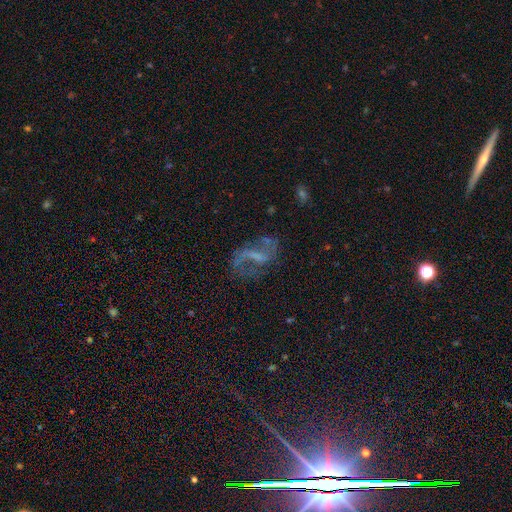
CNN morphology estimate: The model was most divided on "bar": weak: 45%, strong: 34%, no: 21%. Remaining: edge-on disk — no (96%); spiral arm count — 2 (84%); spiral arms — yes (83%); smooth or featured — featured or disk (74%); spiral winding — loose (62%); merging — none (59%); bulge size — none (47%).